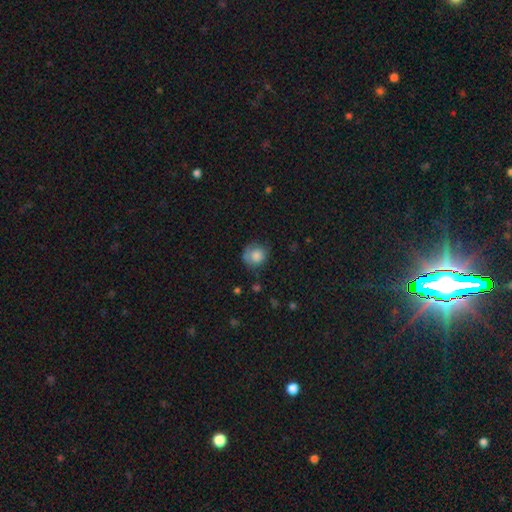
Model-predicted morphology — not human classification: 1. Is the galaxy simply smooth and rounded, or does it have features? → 78% smooth, 14% featured or disk, 9% star or artifact.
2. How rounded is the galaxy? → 80% round, 19% in between, 1% cigar-shaped.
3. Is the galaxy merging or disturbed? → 60% none, 26% minor disturbance, 12% major disturbance, 2% merger.